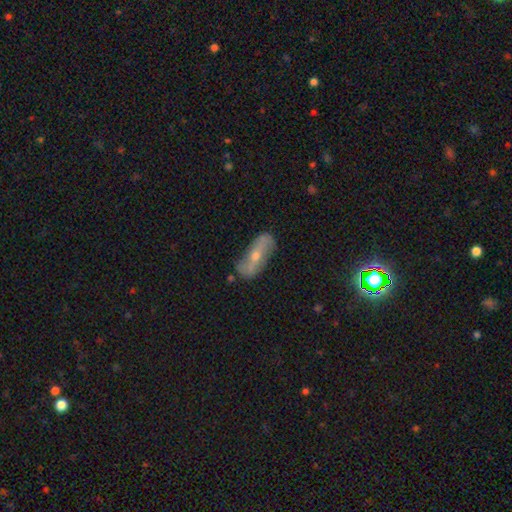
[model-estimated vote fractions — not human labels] This is likely a featured or disk galaxy (62%). It is likely not viewed edge-on (73%). Merging: likely none (73%).